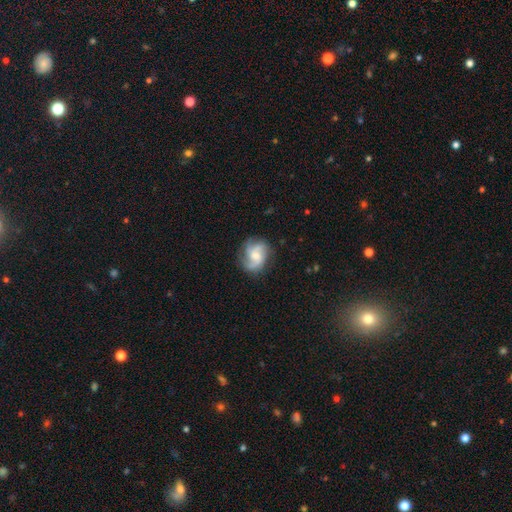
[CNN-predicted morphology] The model was most divided on "spiral winding": medium: 47%, loose: 34%, tight: 20%. Remaining: edge-on disk — no (98%); spiral arms — yes (95%); smooth or featured — featured or disk (74%); merging — none (72%); bar — no (57%); spiral arm count — 3 (50%); bulge size — moderate (47%).